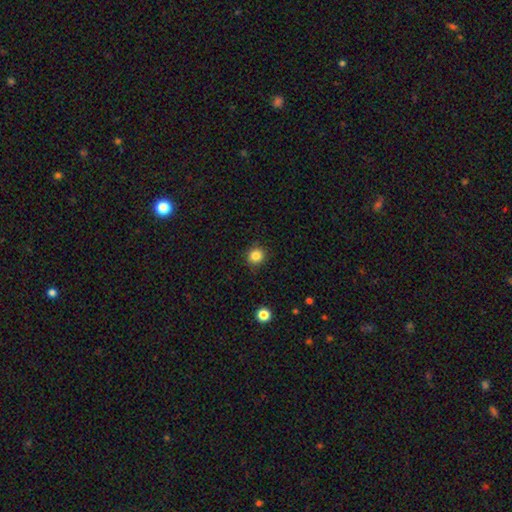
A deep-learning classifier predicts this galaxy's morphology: This is clearly a smooth galaxy (84%). How rounded: clearly round (91%). Merging: clearly none (89%).